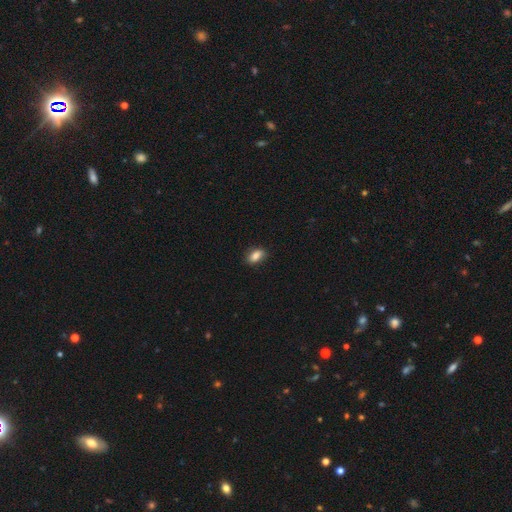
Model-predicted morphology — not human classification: smooth 83%, featured or disk 8%, star or artifact 8%. Down the decision tree: how rounded — in between (87%); merging — none (82%).